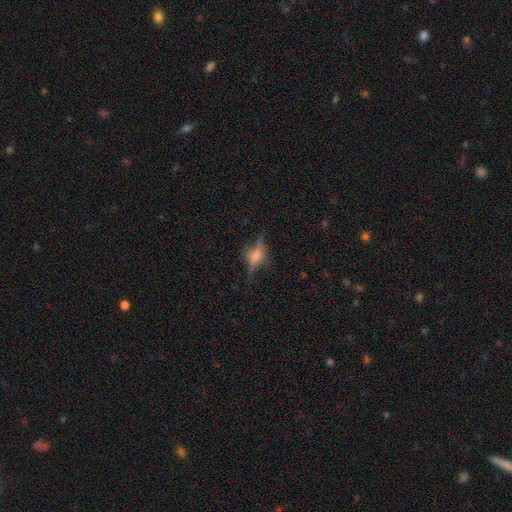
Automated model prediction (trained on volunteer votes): smooth-or-featured: featured or disk: 66% | smooth: 21% | star or artifact: 13%
  disk-edge-on: yes: 92% | no: 8%
    edge-on-bulge: rounded: 85% | boxy: 12% | none: 3%
  merging: none: 75% | minor disturbance: 16% | major disturbance: 7% | merger: 2%